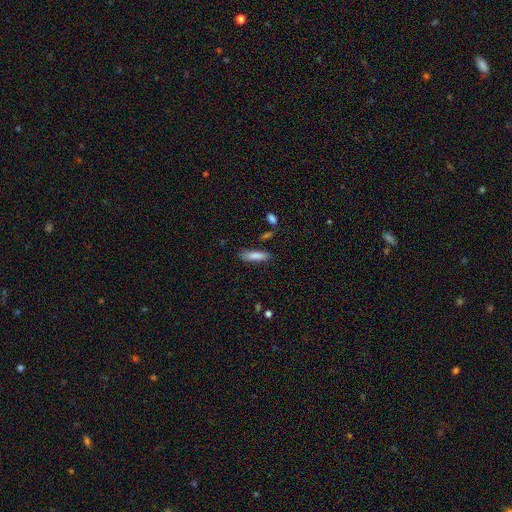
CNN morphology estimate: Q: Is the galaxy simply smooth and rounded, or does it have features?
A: smooth — 83%.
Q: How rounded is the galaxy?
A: cigar-shaped — 67%.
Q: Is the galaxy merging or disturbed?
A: none — 82%.